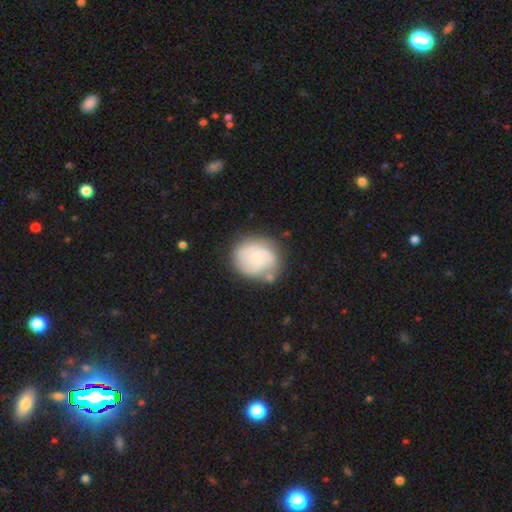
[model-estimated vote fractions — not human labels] featured or disk 52%, smooth 41%, star or artifact 7%. Down the decision tree: edge-on disk — no (98%); bar — no (72%); spiral arms — yes (82%); bulge size — small (58%); merging — none (64%).